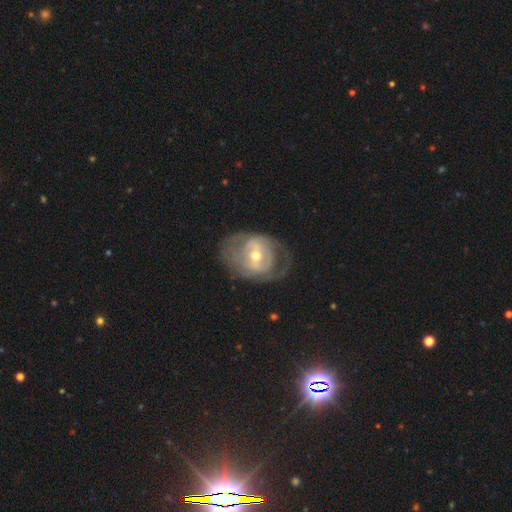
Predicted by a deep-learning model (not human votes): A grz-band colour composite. It shows a featured or disk galaxy (74%) with a weak bar (41%), spiral arms (58%) and a moderate central bulge (58%). Merging: none (58%).